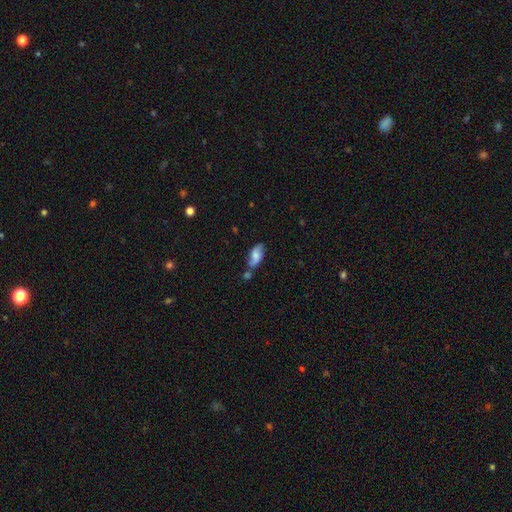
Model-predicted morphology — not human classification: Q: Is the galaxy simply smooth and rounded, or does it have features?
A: smooth — 56%.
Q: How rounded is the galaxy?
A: in between — 87%.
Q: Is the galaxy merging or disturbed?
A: none — 49%.